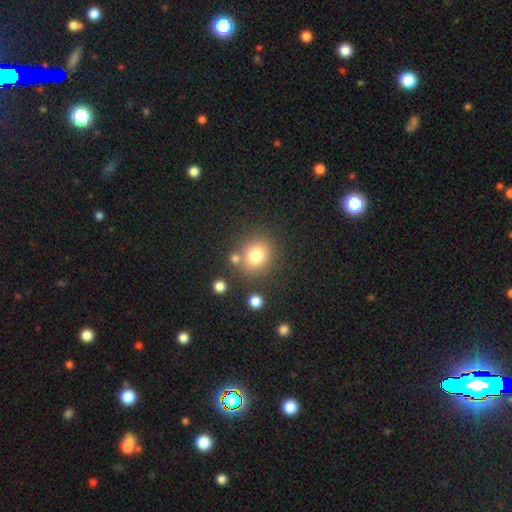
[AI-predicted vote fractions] Overall: smooth (76%). How rounded: round (83%). Merging: none (76%).